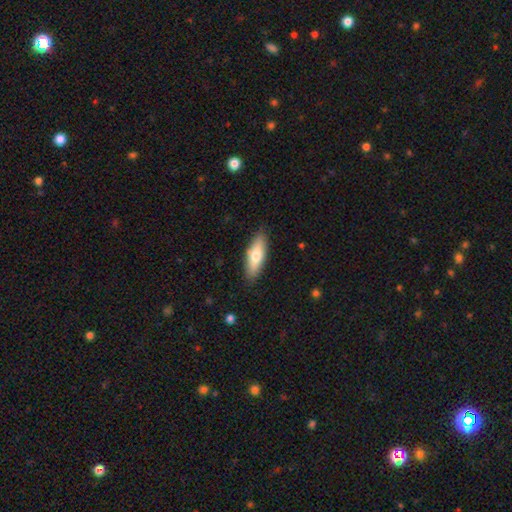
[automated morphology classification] Overall: smooth (67%; featured or disk 27%). How rounded: in between (56%; cigar-shaped 41%). Merging: none (87%).